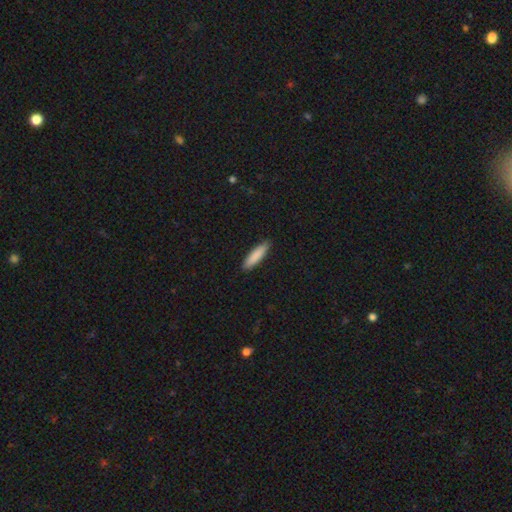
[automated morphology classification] A smooth galaxy with no disk features (87%) that is cigar-shaped (76%). Merging: none (90%).